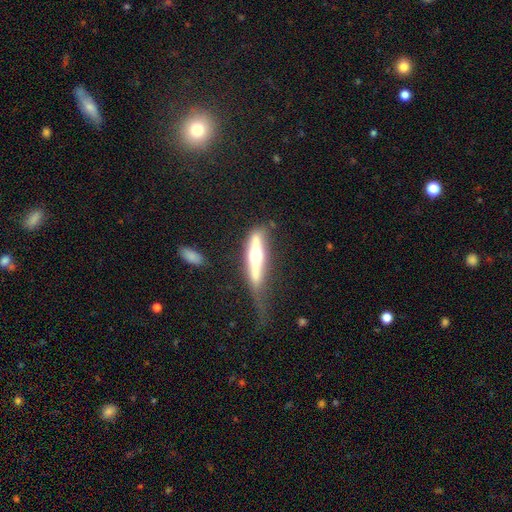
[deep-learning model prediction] Smooth or featured?
  - featured or disk: 67% *
  - smooth: 27%
  - star or artifact: 6%
Edge-on disk?
  - yes: 91% *
  - no: 9%
Edge-on bulge?
  - rounded: 90% *
  - boxy: 6%
  - none: 4%
Merging?
  - none: 44% *
  - minor disturbance: 27%
  - major disturbance: 23%
  - merger: 6%